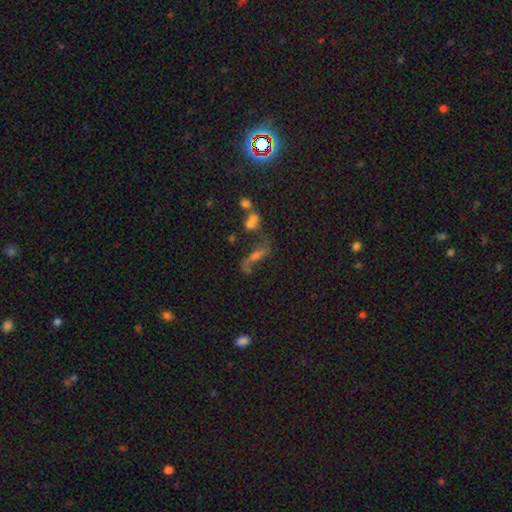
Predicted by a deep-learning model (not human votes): This appears to be a featured or disk galaxy (49%). Merging: none (41%).